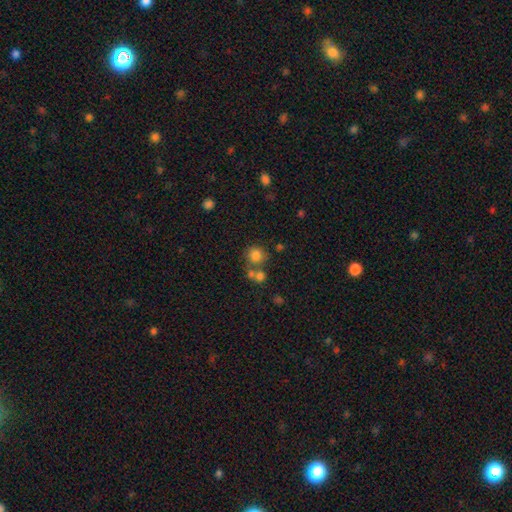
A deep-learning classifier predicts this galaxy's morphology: smooth-or-featured: smooth: 78% | star or artifact: 14% | featured or disk: 8%
  how-rounded: round: 87% | in between: 12% | cigar-shaped: 1%
  merging: none: 60% | merger: 26% | minor disturbance: 9% | major disturbance: 5%